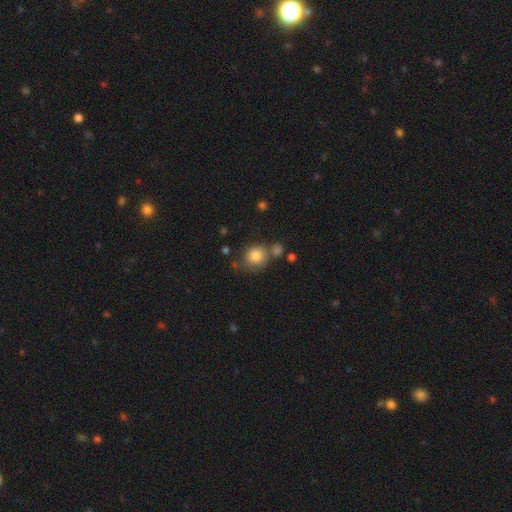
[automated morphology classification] Smooth or featured? Predicted: smooth (p=0.83). How rounded? Predicted: round (p=0.83). Merging? Predicted: none (p=0.60).